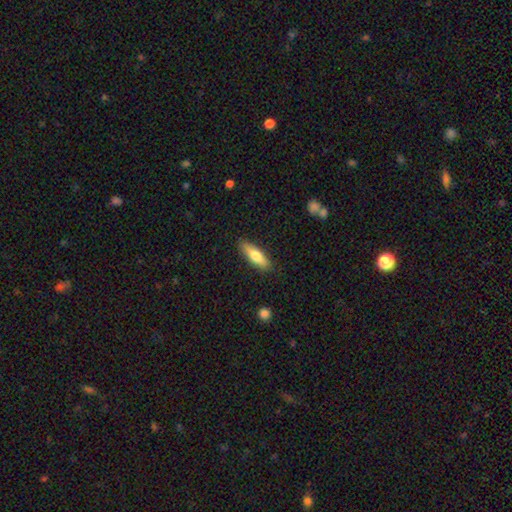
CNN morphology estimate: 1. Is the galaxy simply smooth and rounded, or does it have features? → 69% smooth, 26% featured or disk, 6% star or artifact.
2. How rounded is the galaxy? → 56% cigar-shaped, 42% in between, 2% round.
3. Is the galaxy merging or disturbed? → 87% none, 10% minor disturbance, 2% major disturbance, 1% merger.